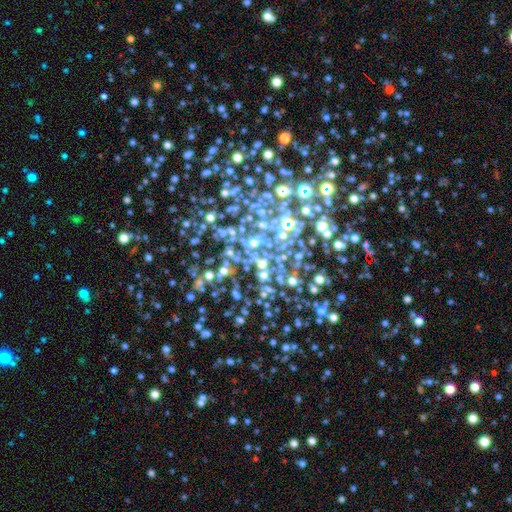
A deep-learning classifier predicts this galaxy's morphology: Smooth or featured?
  - star or artifact: 72% *
  - smooth: 15%
  - featured or disk: 13%